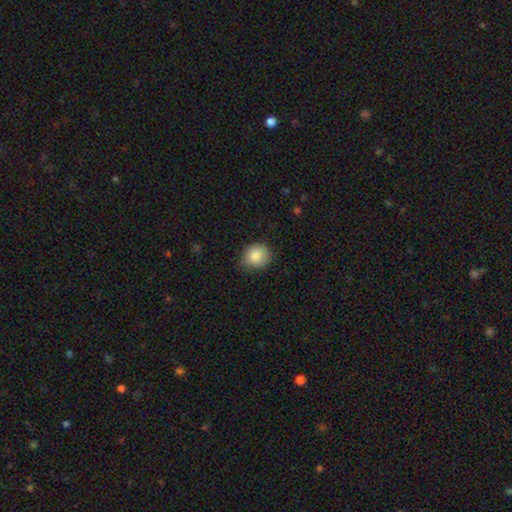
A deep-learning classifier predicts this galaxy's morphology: Smooth or featured: smooth — 86% (star or artifact — 8%)
How rounded: round — 73% (in between — 26%)
Merging: none — 75% (minor disturbance — 21%)